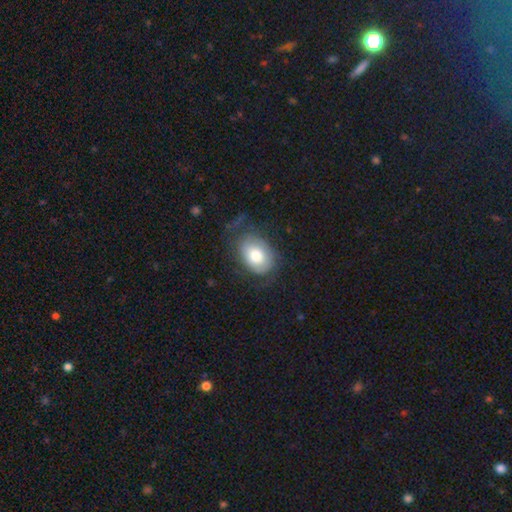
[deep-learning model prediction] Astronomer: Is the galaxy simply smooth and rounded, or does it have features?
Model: smooth — 64%.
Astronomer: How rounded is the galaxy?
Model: in between — 74%.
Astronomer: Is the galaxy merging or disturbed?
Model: none — 60%.